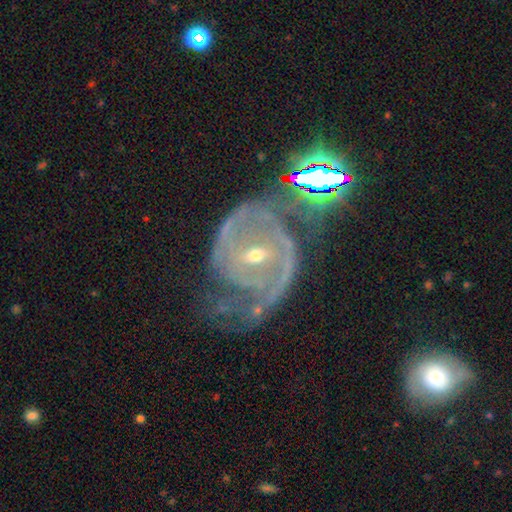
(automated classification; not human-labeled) Smooth or featured? Predicted: featured or disk (p=0.89). Edge-on disk? Predicted: no (p=0.97). Bar? Predicted: weak (p=0.45). Spiral arms? Predicted: yes (p=0.96). Spiral winding? Predicted: medium (p=0.45). Spiral arm count? Predicted: 2 (p=0.69). Bulge size? Predicted: small (p=0.53). Merging? Predicted: none (p=0.51).